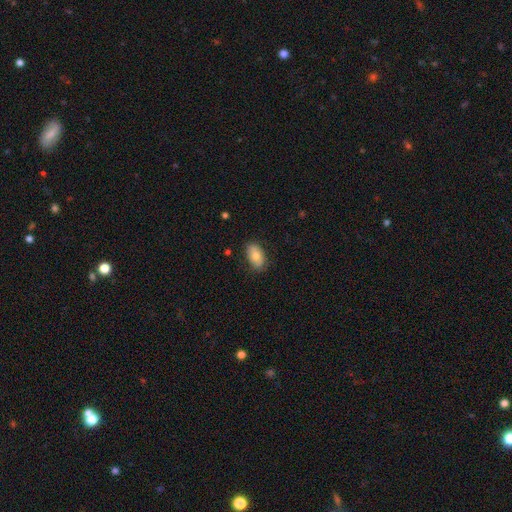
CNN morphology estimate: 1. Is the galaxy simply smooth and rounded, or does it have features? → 77% smooth, 16% featured or disk, 7% star or artifact.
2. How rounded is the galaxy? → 92% in between, 6% round, 2% cigar-shaped.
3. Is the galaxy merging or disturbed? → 82% none, 14% minor disturbance, 3% major disturbance, 1% merger.